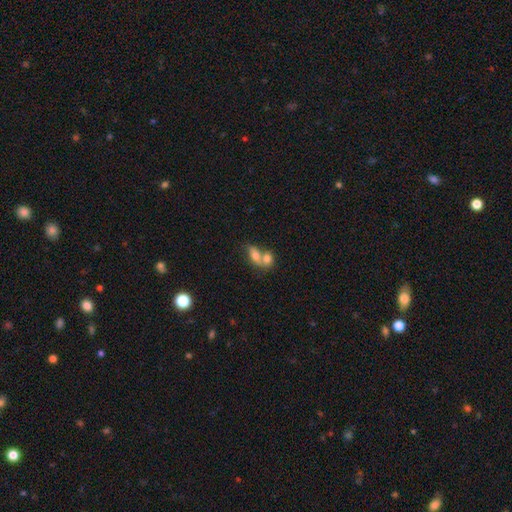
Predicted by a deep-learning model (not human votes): Morphology: type=smooth (69%); roundness=in between (71%); merging=merger (67%).